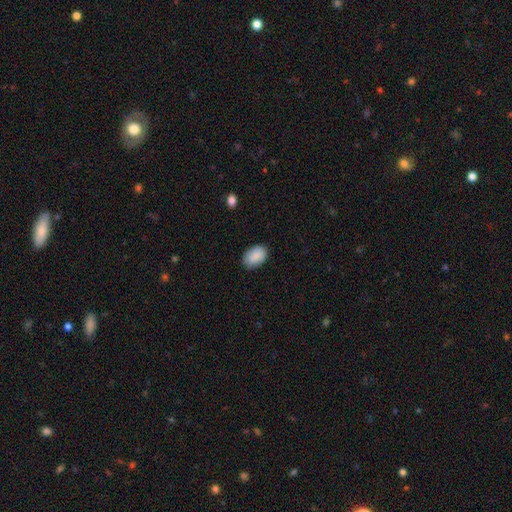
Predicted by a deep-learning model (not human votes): Smooth or featured: smooth — 90% (star or artifact — 6%)
How rounded: in between — 89% (round — 10%)
Merging: none — 83% (minor disturbance — 14%)